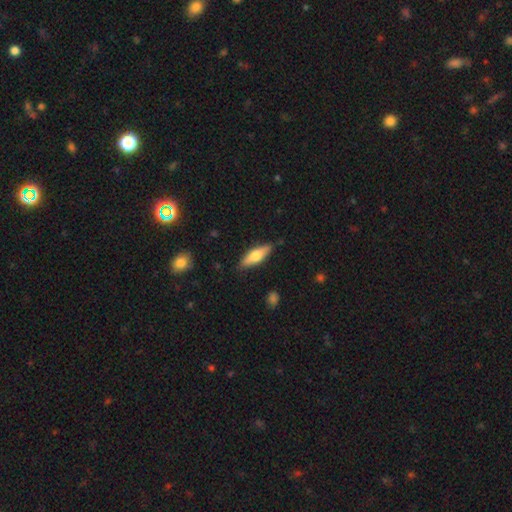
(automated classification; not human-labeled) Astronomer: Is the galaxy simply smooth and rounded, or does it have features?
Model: smooth — 56% (runner-up: featured or disk, 39%).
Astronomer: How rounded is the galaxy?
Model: cigar-shaped — 51% (runner-up: in between, 47%).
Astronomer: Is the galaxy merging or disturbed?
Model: none — 85%.